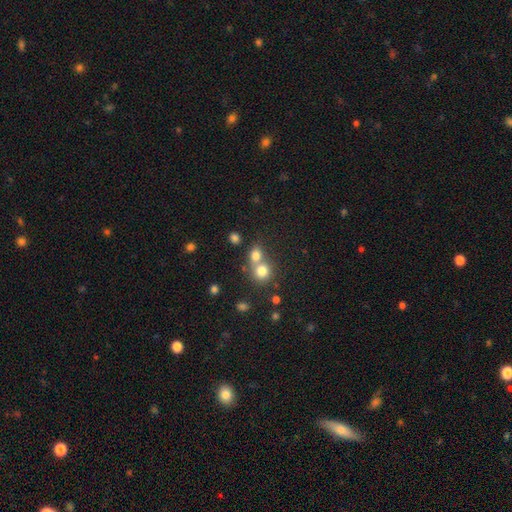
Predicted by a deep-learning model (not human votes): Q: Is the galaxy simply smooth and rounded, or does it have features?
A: smooth — 76%.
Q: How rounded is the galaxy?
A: round — 75%.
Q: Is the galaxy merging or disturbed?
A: merger — 51%.